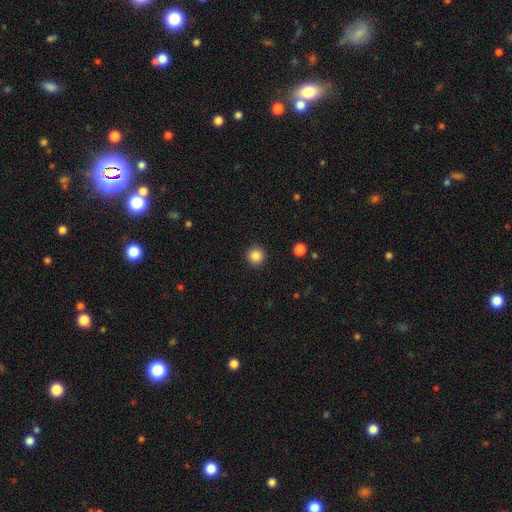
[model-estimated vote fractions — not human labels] smooth 86%, star or artifact 10%, featured or disk 4%. Down the decision tree: how rounded — round (95%); merging — none (92%).